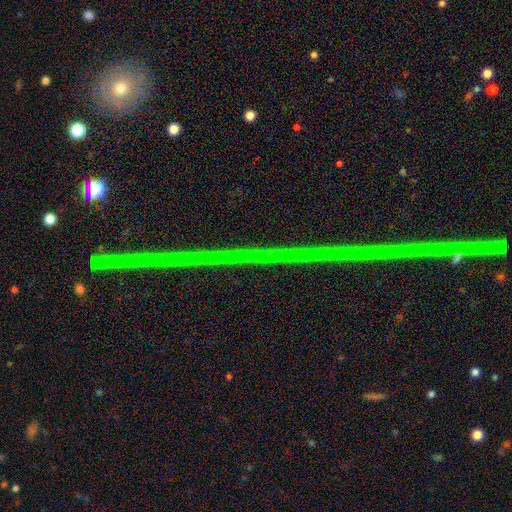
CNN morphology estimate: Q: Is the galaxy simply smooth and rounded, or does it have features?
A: star or artifact — 85%.